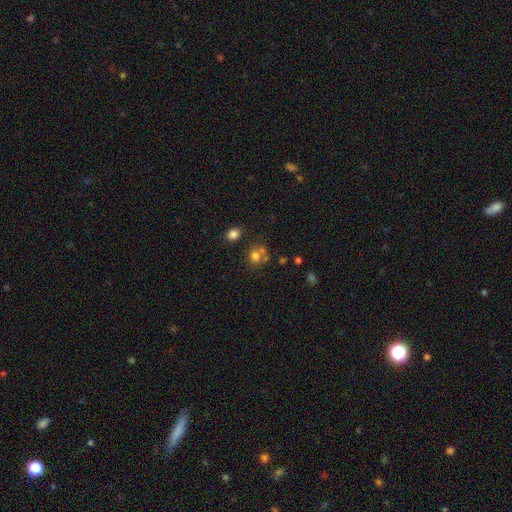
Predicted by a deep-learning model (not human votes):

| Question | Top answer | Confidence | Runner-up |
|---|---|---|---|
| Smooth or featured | smooth | 72% | star or artifact (16%) |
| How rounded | round | 72% | in between (27%) |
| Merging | none | 52% | merger (32%) |